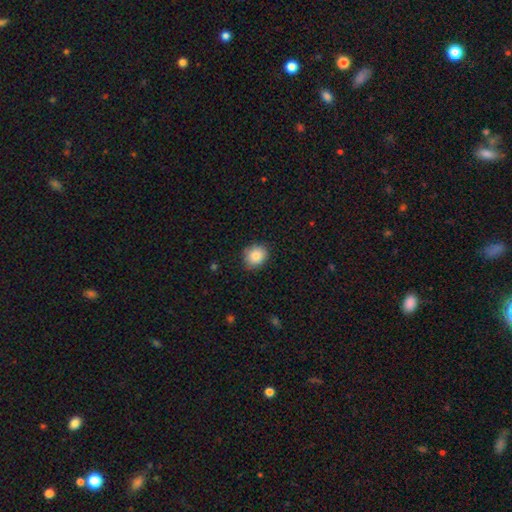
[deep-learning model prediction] Smooth or featured?
  - smooth: 85% *
  - star or artifact: 9%
  - featured or disk: 6%
How rounded?
  - round: 71% *
  - in between: 29%
  - cigar-shaped: 1%
Merging?
  - none: 85% *
  - minor disturbance: 12%
  - major disturbance: 2%
  - merger: 1%